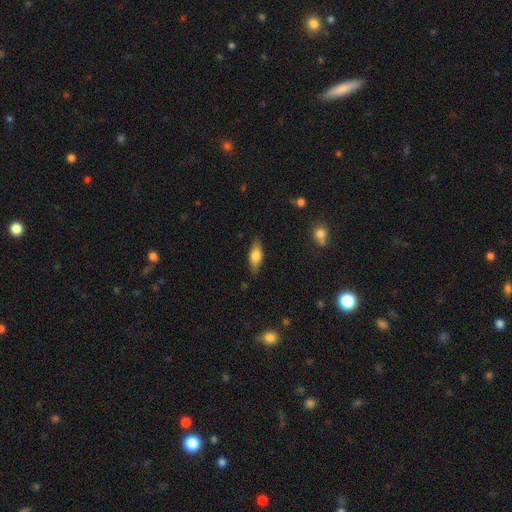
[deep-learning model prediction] Overall: smooth (71%). How rounded: in between (70%). Merging: none (84%).